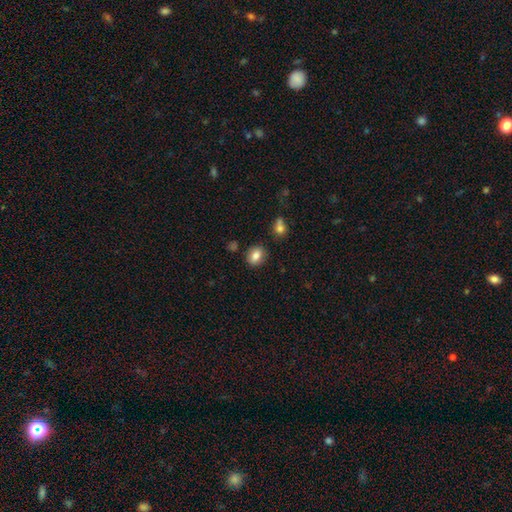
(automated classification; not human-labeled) Smooth or featured? Predicted: smooth (p=0.83). How rounded? Predicted: in between (p=0.56). Merging? Predicted: none (p=0.84).